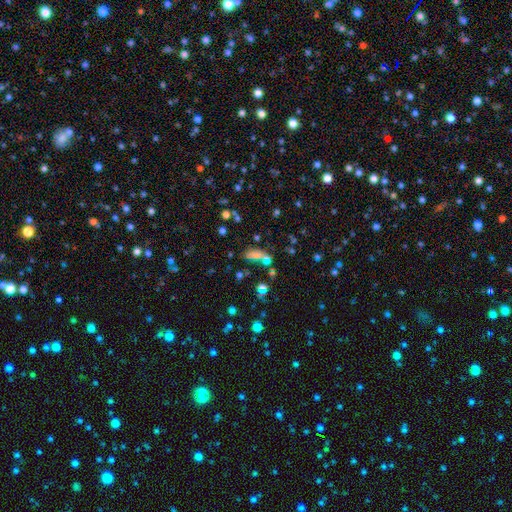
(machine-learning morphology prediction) Smooth or featured? Predicted: smooth (p=0.62). How rounded? Predicted: in between (p=0.58). Merging? Predicted: none (p=0.52).